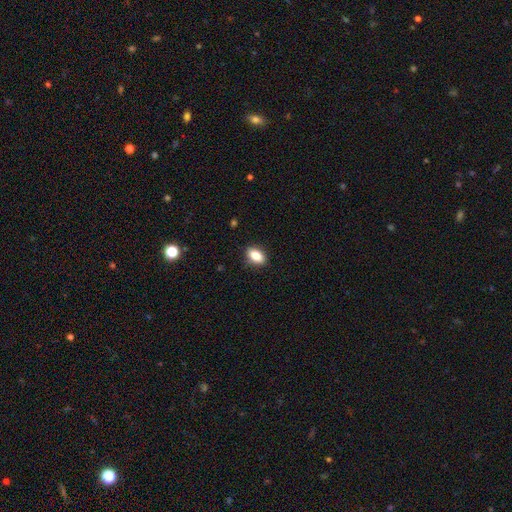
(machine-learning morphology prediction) Overall: smooth (82%). How rounded: in between (87%). Merging: none (87%).